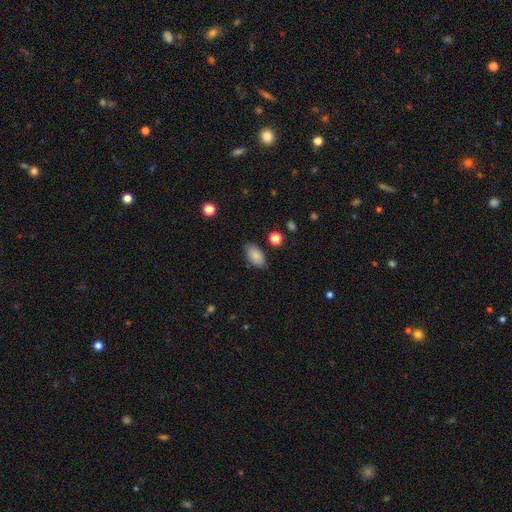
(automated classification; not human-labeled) Morphology: type=smooth (86%); roundness=in between (93%); merging=none (83%).